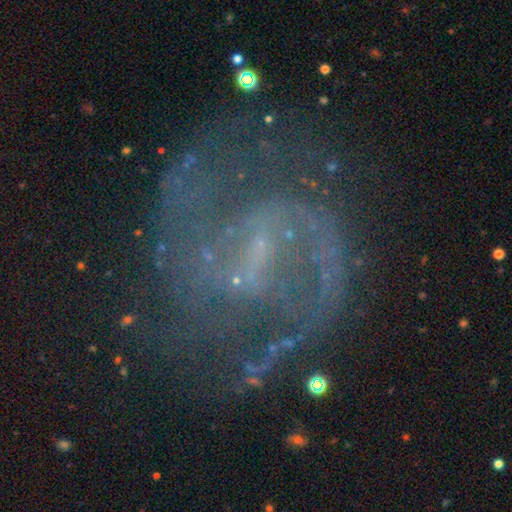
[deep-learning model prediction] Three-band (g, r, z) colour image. It shows a featured or disk galaxy (87%) with a weak bar (48%), 2 (87%) medium (55%) spiral arms (97%) and a small central bulge (59%). Merging: none (66%).